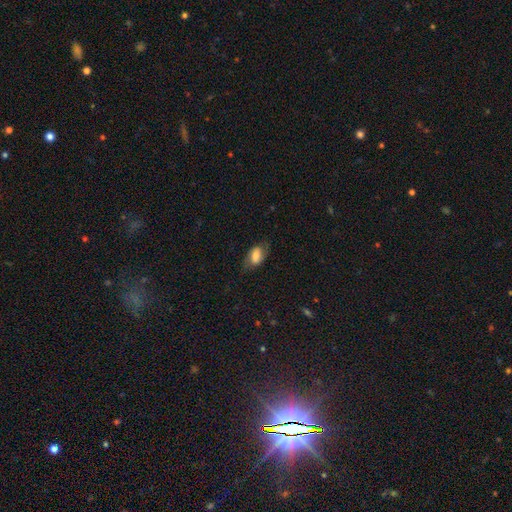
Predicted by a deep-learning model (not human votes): Smooth or featured: smooth — 65% (featured or disk — 27%)
How rounded: in between — 89% (round — 8%)
Merging: none — 69% (minor disturbance — 21%)